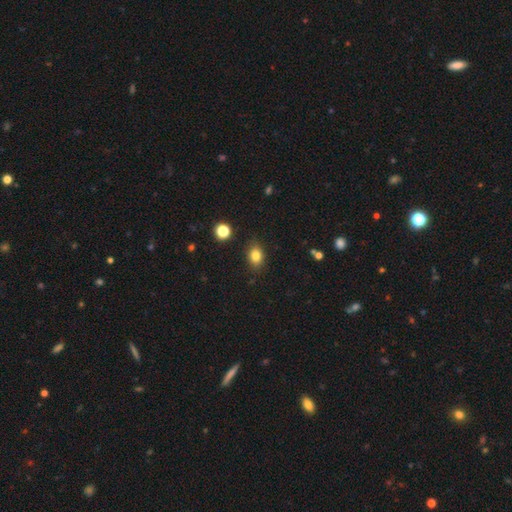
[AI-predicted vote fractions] Smooth or featured? smooth (81%)
How rounded? in between (68%)
Merging? none (85%)